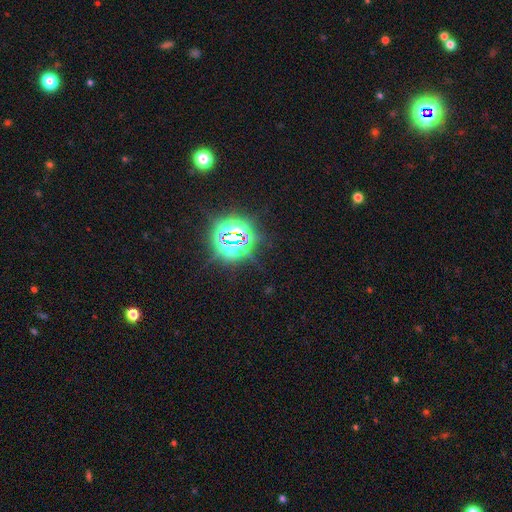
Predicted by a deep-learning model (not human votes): Morphology: type=star or artifact (82%).